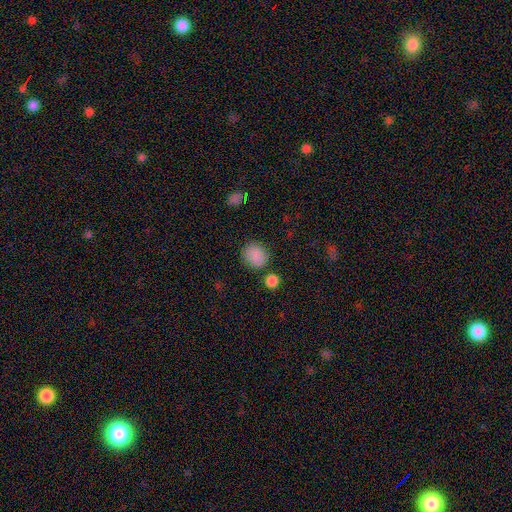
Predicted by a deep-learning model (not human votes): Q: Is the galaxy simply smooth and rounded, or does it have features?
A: smooth — 87%.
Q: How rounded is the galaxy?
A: round — 81%.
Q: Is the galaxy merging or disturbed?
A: none — 81%.